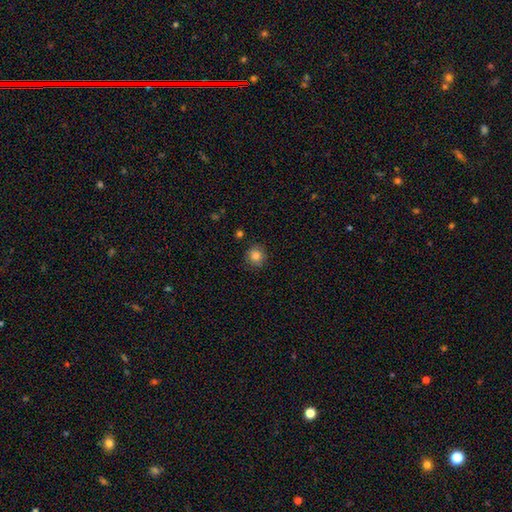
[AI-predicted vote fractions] A smooth galaxy with no disk features (84%) that is round (90%). Merging: none (87%).